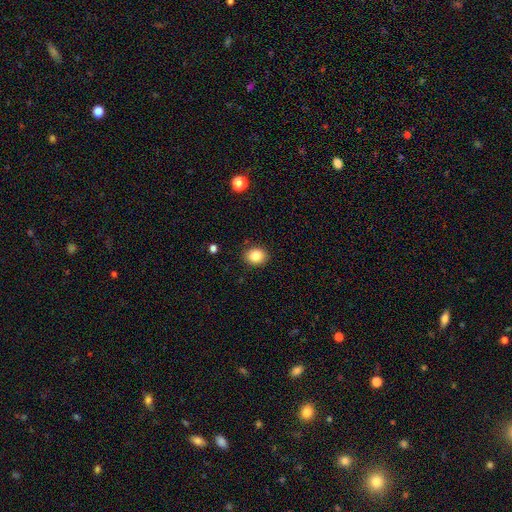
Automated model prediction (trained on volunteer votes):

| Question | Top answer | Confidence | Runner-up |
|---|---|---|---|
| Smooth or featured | smooth | 85% | star or artifact (9%) |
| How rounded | round | 55% | in between (44%) |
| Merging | none | 88% | minor disturbance (9%) |